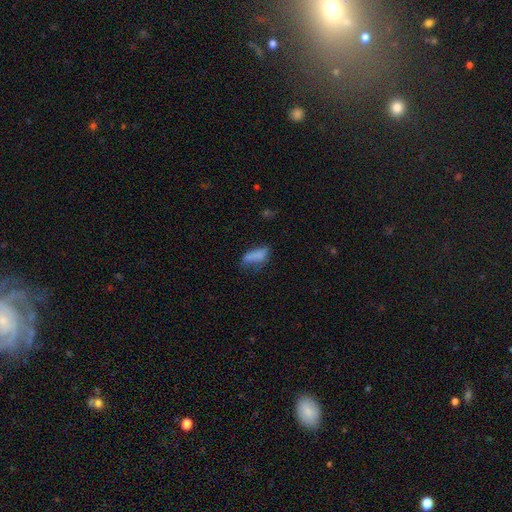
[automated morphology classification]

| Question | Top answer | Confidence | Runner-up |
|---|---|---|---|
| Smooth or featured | smooth | 72% | featured or disk (17%) |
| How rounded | in between | 76% | cigar-shaped (21%) |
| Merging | none | 37% | minor disturbance (31%) |